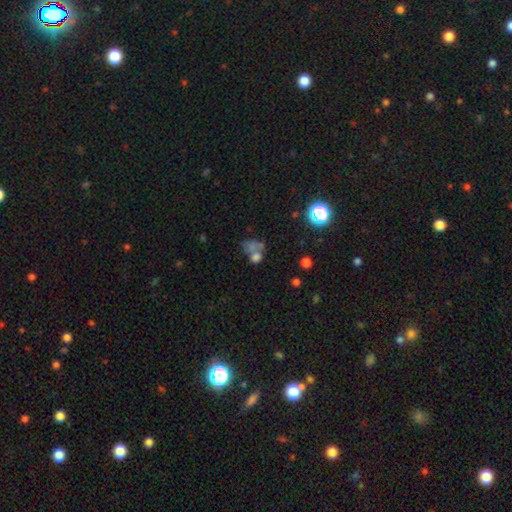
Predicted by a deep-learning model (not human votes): This appears to be a smooth galaxy with no disk features (64%) that is round (51%). Merging: merger (50%).